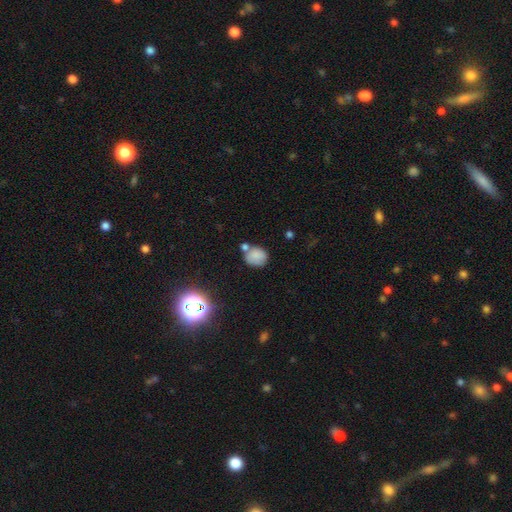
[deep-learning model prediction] Smooth or featured: smooth — 78% (star or artifact — 12%)
How rounded: round — 74% (in between — 25%)
Merging: none — 56% (merger — 22%)